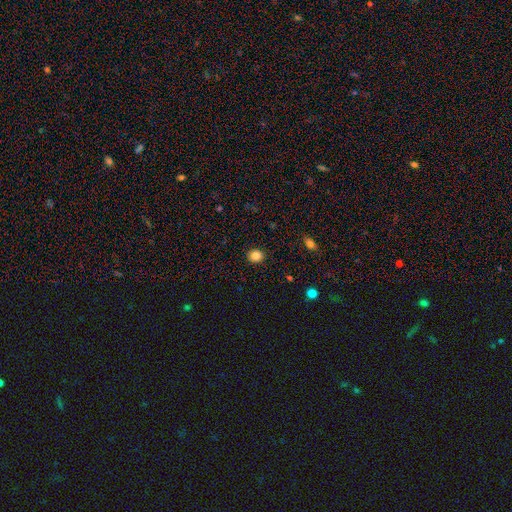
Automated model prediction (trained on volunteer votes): The model was most divided on "how rounded": round: 77%, in between: 22%, cigar-shaped: 1%. More confident: merging — none (92%); smooth or featured — smooth (84%).